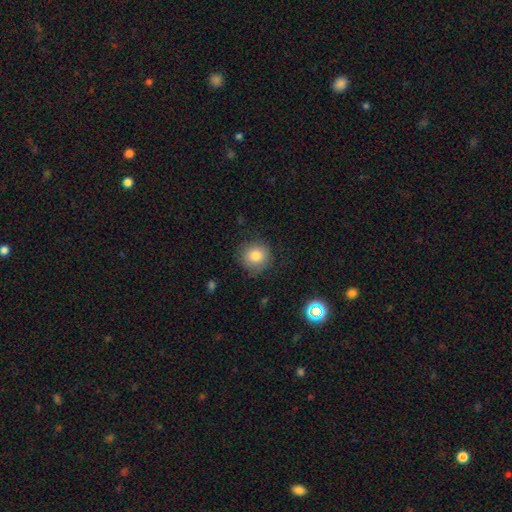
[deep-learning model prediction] A smooth galaxy with no disk features (82%) that is round (91%). Merging: none (82%).